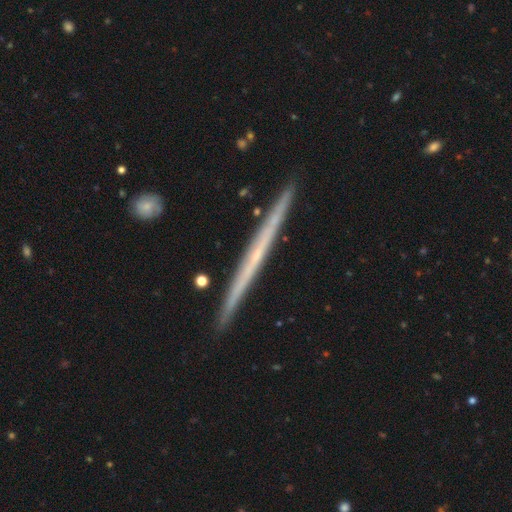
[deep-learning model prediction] Smooth or featured: featured or disk — 68% (smooth — 26%)
Edge-on disk: yes — 98% (no — 2%)
Edge-on bulge: none — 86% (rounded — 11%)
Merging: none — 91% (minor disturbance — 6%)